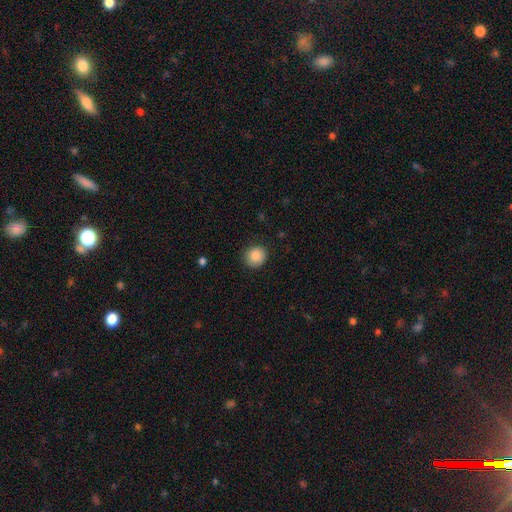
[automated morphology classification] This appears to be a smooth galaxy with no disk features (87%) that is round (85%). Merging: none (87%).